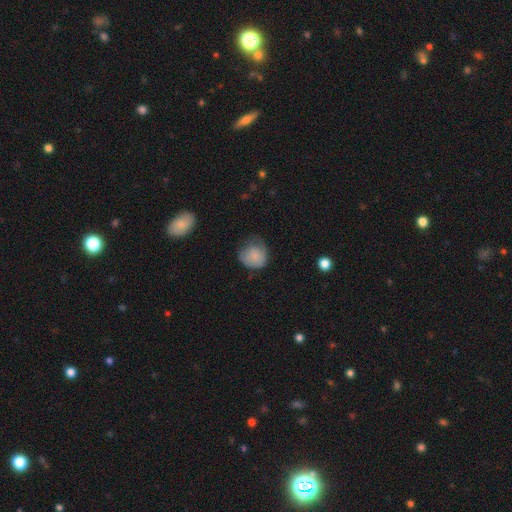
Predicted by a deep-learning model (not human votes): Smooth or featured?
  - smooth: 78% *
  - featured or disk: 15%
  - star or artifact: 8%
How rounded?
  - round: 79% *
  - in between: 20%
  - cigar-shaped: 1%
Merging?
  - none: 46% *
  - minor disturbance: 36%
  - major disturbance: 17%
  - merger: 2%